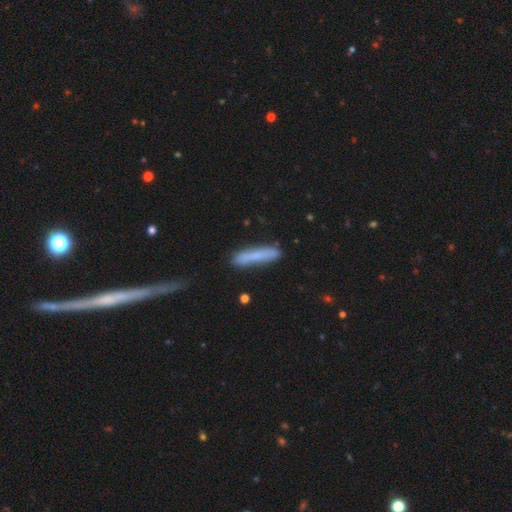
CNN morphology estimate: Smooth or featured: smooth — 74% (featured or disk — 18%)
How rounded: cigar-shaped — 91% (in between — 8%)
Merging: none — 81% (minor disturbance — 14%)